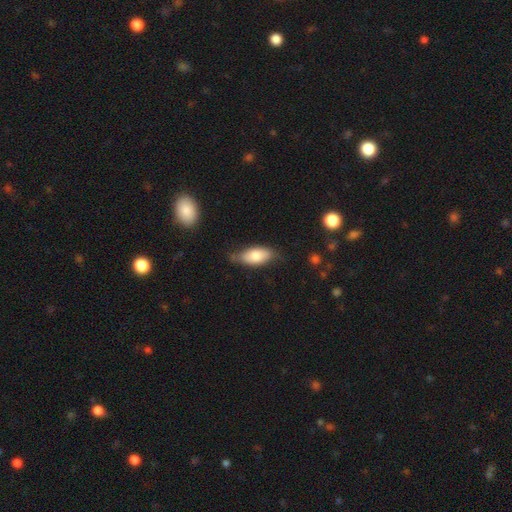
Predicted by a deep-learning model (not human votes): smooth-or-featured: smooth: 77% | featured or disk: 17% | star or artifact: 6%
  how-rounded: in between: 87% | cigar-shaped: 10% | round: 3%
  merging: none: 62% | minor disturbance: 29% | major disturbance: 6% | merger: 3%